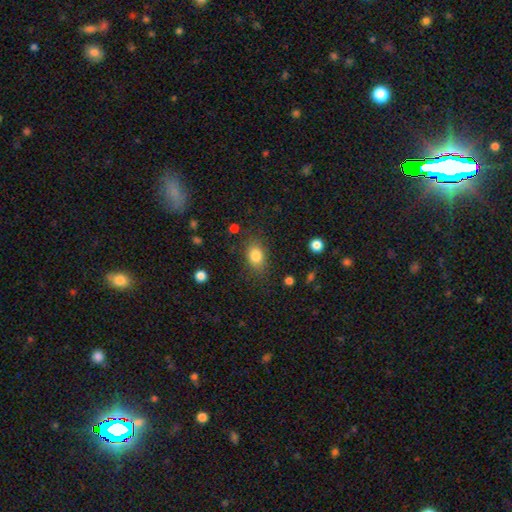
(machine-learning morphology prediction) smooth_or_featured: smooth (p=0.83) [alt: star or artifact p=0.09]
how_rounded: in between (p=0.74) [alt: round p=0.24]
merging: none (p=0.79) [alt: minor disturbance p=0.14]